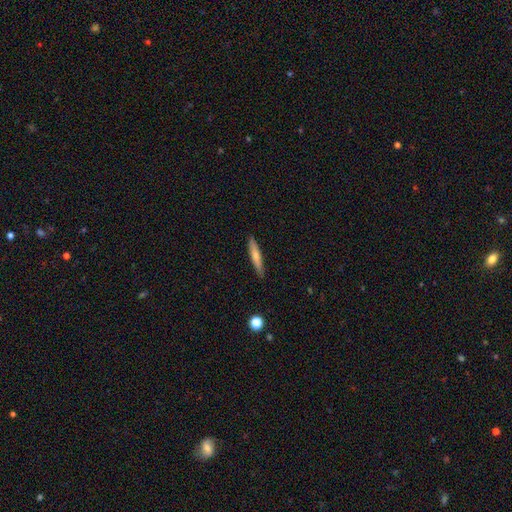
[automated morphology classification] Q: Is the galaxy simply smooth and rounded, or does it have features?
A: smooth — 62%.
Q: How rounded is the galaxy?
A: cigar-shaped — 91%.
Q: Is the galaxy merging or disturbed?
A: none — 88%.